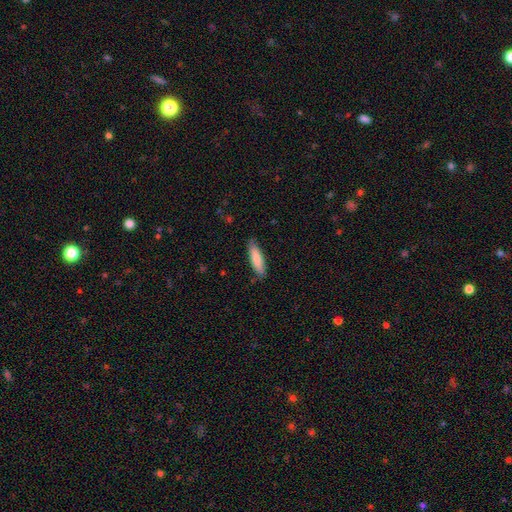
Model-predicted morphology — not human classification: smooth_or_featured: smooth (p=0.83) [alt: featured or disk p=0.12]
how_rounded: cigar-shaped (p=0.65) [alt: in between p=0.34]
merging: none (p=0.84) [alt: minor disturbance p=0.13]